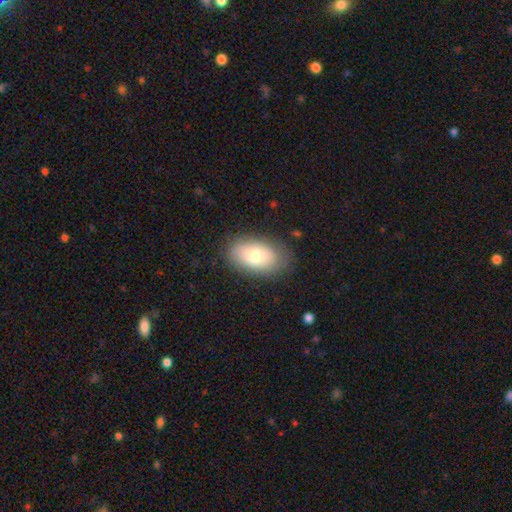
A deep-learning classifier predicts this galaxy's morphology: Smooth or featured?
  - smooth: 75% *
  - featured or disk: 18%
  - star or artifact: 7%
How rounded?
  - in between: 91% *
  - round: 7%
  - cigar-shaped: 2%
Merging?
  - none: 80% *
  - minor disturbance: 15%
  - major disturbance: 4%
  - merger: 1%